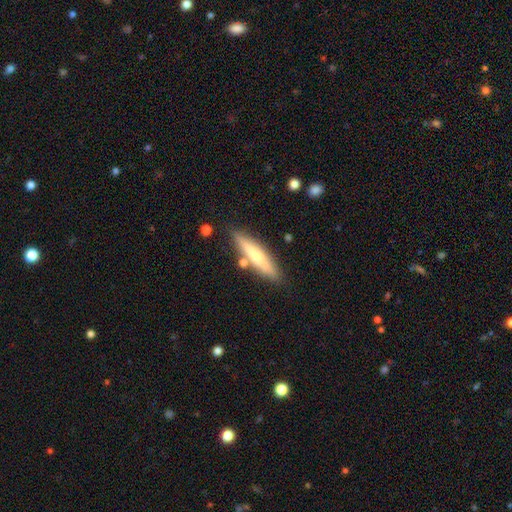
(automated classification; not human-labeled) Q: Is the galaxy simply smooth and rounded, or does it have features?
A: smooth — 48%.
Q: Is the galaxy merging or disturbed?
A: none — 80%.